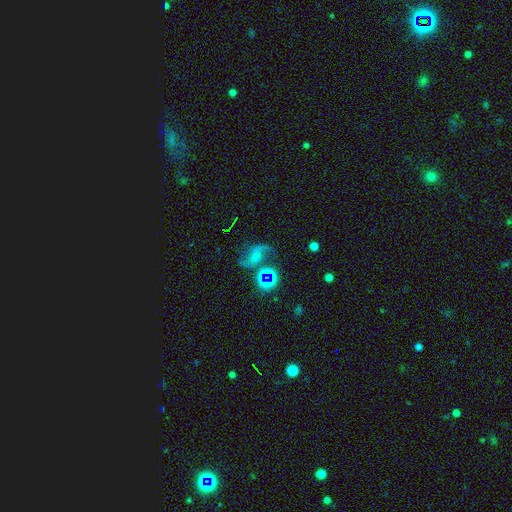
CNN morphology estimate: smooth_or_featured: featured or disk (p=0.68) [alt: star or artifact p=0.17]
disk_edge_on: no (p=0.97) [alt: yes p=0.03]
bar: no (p=0.48) [alt: weak p=0.36]
has_spiral_arms: yes (p=0.93) [alt: no p=0.07]
spiral_winding: loose (p=0.81) [alt: medium p=0.16]
spiral_arm_count: 2 (p=0.90) [alt: 1 p=0.05]
bulge_size: none (p=0.53) [alt: small p=0.18]
merging: none (p=0.56) [alt: minor disturbance p=0.18]